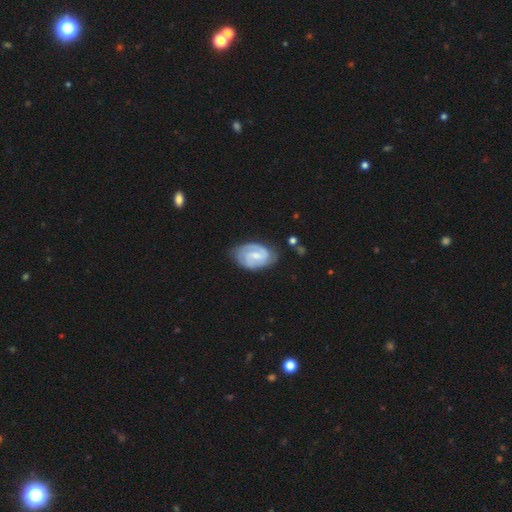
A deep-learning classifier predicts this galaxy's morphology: Smooth or featured? Predicted: featured or disk (p=0.81). Edge-on disk? Predicted: no (p=0.98). Bar? Predicted: weak (p=0.56). Spiral arms? Predicted: yes (p=0.96). Spiral winding? Predicted: tight (p=0.51). Spiral arm count? Predicted: 2 (p=0.77). Bulge size? Predicted: small (p=0.53). Merging? Predicted: none (p=0.74).